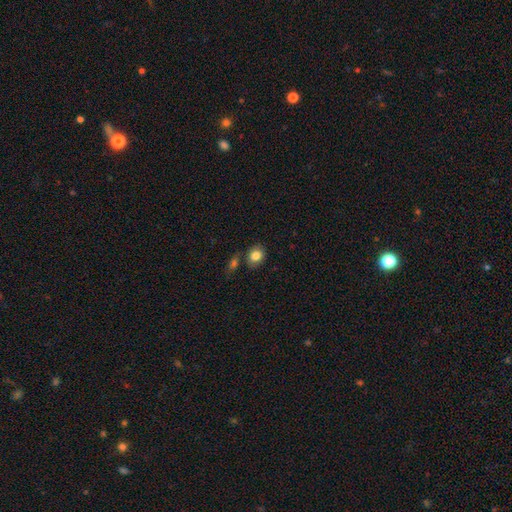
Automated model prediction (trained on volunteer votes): Smooth or featured: smooth — 84% (star or artifact — 9%)
How rounded: round — 54% (in between — 45%)
Merging: none — 70% (minor disturbance — 14%)